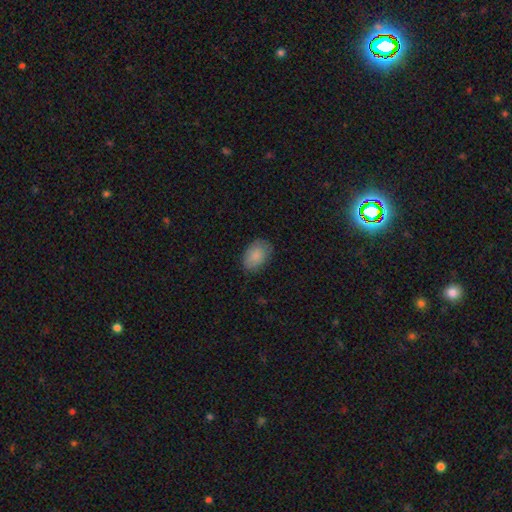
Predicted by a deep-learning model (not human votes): Q: Smooth or featured?
A: smooth (85%); runner-up: featured or disk (8%)
Q: How rounded?
A: in between (87%); runner-up: round (12%)
Q: Merging?
A: none (78%); runner-up: minor disturbance (18%)